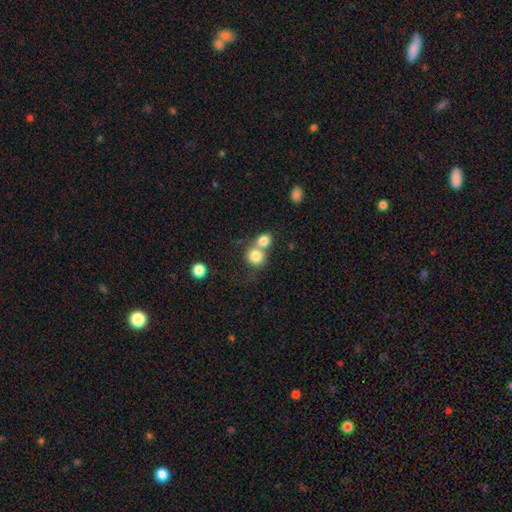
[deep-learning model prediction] Smooth or featured? smooth (81%)
How rounded? round (83%)
Merging? merger (55%)